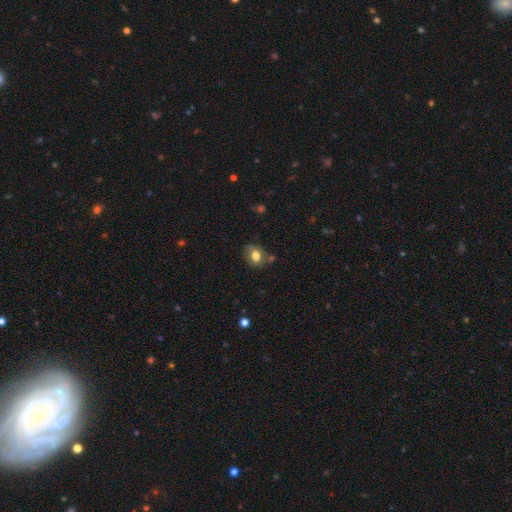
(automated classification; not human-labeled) smooth 74%, featured or disk 17%, star or artifact 9%. Down the decision tree: how rounded — in between (58%); merging — none (64%).